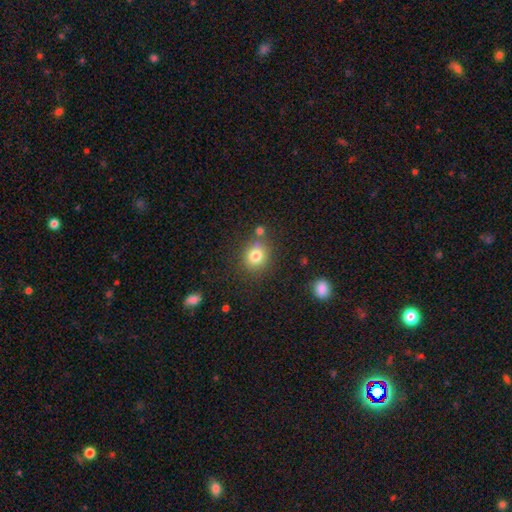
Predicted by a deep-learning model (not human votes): Smooth or featured?
  - smooth: 80% *
  - star or artifact: 12%
  - featured or disk: 8%
How rounded?
  - round: 80% *
  - in between: 19%
  - cigar-shaped: 1%
Merging?
  - none: 72% *
  - minor disturbance: 12%
  - merger: 12%
  - major disturbance: 4%